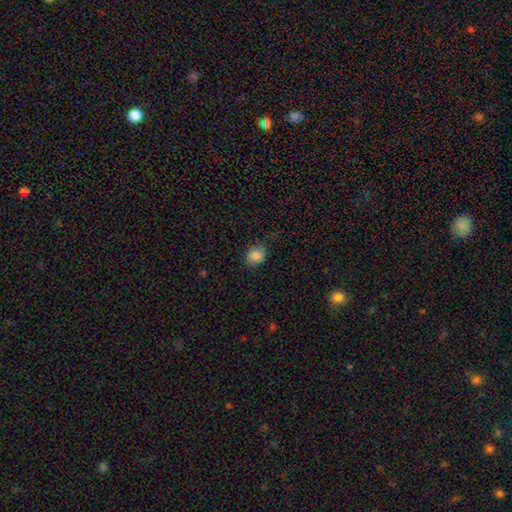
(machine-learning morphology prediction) Smooth or featured? smooth (86%)
How rounded? round (68%)
Merging? none (78%)